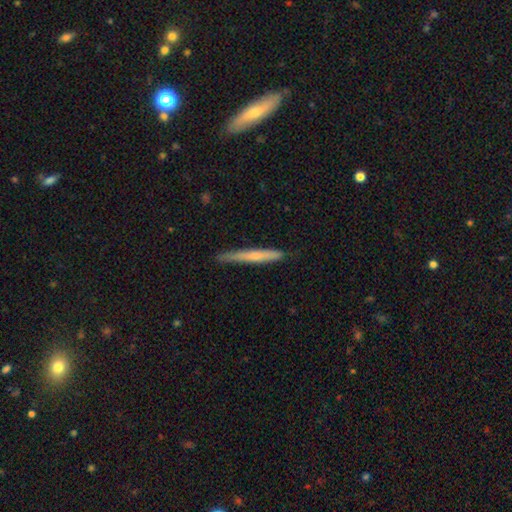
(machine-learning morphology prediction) A smooth galaxy with no disk features (54%) that is cigar-shaped (96%). Merging: none (80%).